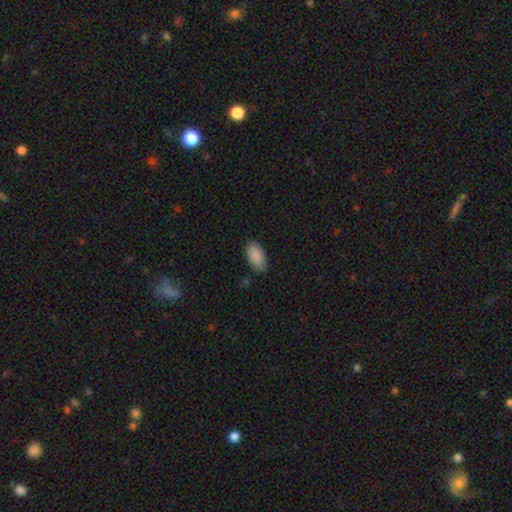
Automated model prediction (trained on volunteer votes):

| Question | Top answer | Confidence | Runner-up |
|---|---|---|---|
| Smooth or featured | smooth | 90% | star or artifact (7%) |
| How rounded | in between | 95% | round (3%) |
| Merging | none | 80% | minor disturbance (16%) |